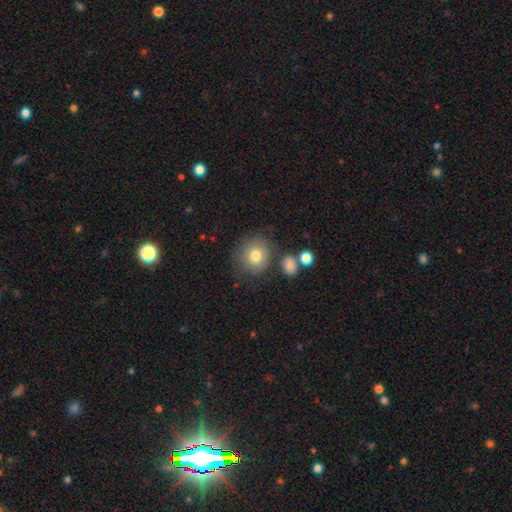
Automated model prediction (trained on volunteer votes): Morphology: type=smooth (77%); roundness=round (84%); merging=none (73%).